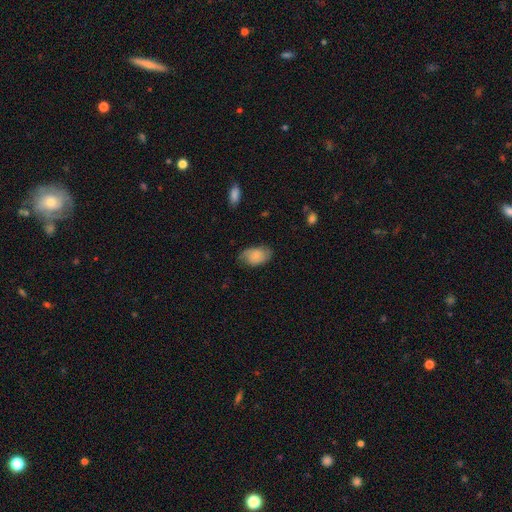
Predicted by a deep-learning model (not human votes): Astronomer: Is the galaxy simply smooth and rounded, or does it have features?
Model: smooth — 66%.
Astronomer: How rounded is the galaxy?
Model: in between — 91%.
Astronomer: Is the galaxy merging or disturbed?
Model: none — 68%.